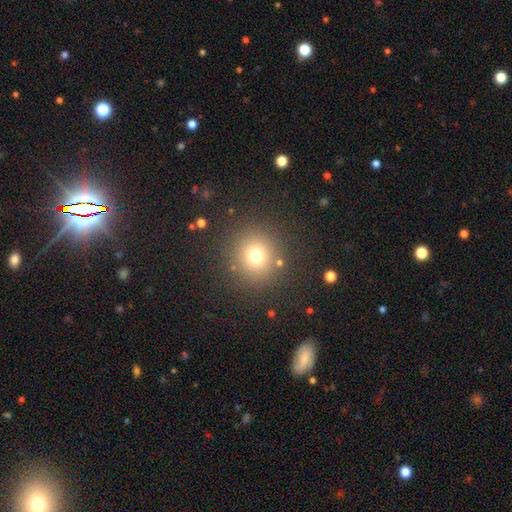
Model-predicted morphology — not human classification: This is likely a smooth galaxy (73%). How rounded: clearly round (92%). Merging: clearly none (86%).